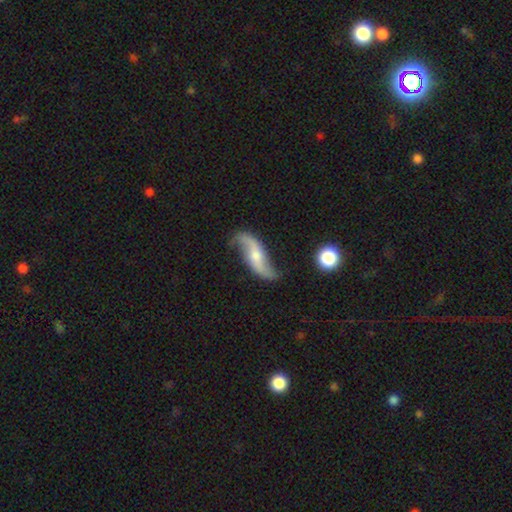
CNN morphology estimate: This appears to be a featured or disk galaxy (86%) with no bar (52%), 2 (93%) loose (81%) spiral arms (96%) and a small central bulge (45%). Merging: none (80%).